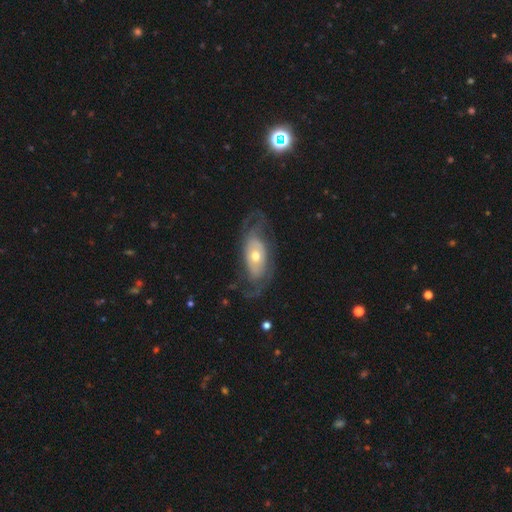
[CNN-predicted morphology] A featured or disk galaxy (75%) with no bar (78%), 2 (46%) tight (37%) spiral arms (79%) and a moderate central bulge (61%).

Vote fractions:
- Smooth or featured? featured or disk: 75% / smooth: 19% / star or artifact: 6%
- Edge-on disk? no: 92% / yes: 8%
- Bar? no: 78% / weak: 16% / strong: 6%
- Spiral arms? yes: 79% / no: 21%
- Spiral winding? tight: 37% / medium: 36% / loose: 27%
- Spiral arm count? 2: 46% / can't tell: 32% / 3: 9% / 1: 5% / 4: 4% / more than 4: 3%
- Bulge size? moderate: 61% / small: 30% / large: 7% / dominant: 1% / none: 1%
- Merging? none: 61% / major disturbance: 19% / minor disturbance: 18% / merger: 2%